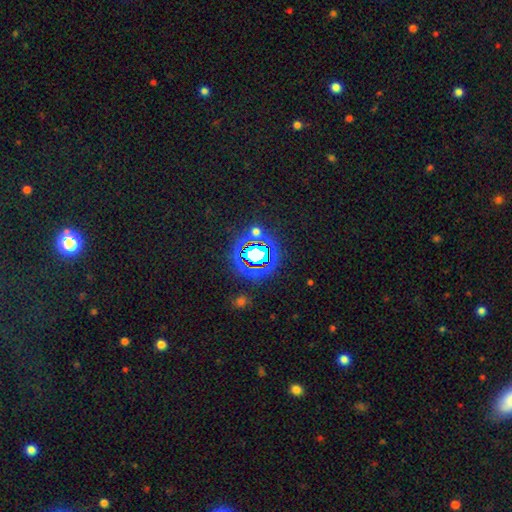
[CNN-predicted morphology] Overall: star or artifact (69%).